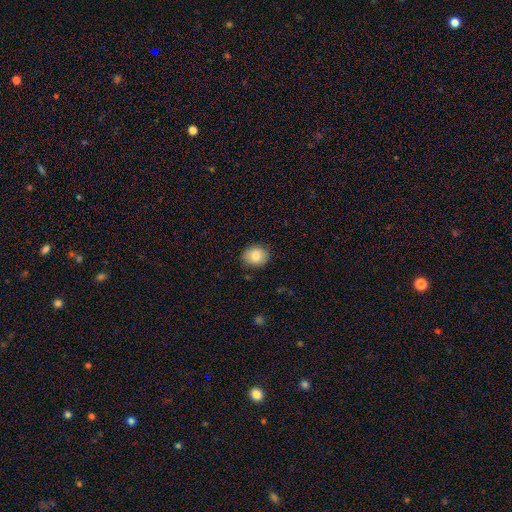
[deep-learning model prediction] Q: Smooth or featured?
A: smooth (80%); runner-up: featured or disk (11%)
Q: How rounded?
A: round (59%); runner-up: in between (40%)
Q: Merging?
A: none (87%); runner-up: minor disturbance (10%)